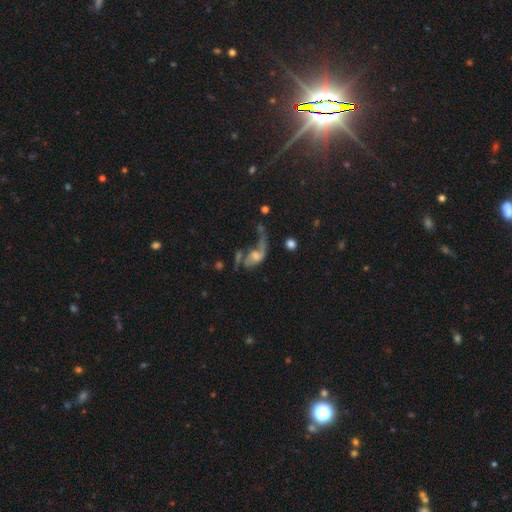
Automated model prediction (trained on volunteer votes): Overall: featured or disk (65%). Edge-on disk: no (95%). Bar: no (59%; weak 33%). Spiral arms: yes (76%). Bulge size: moderate (36%; small 32%). Merging: major disturbance (42%; none 23%).